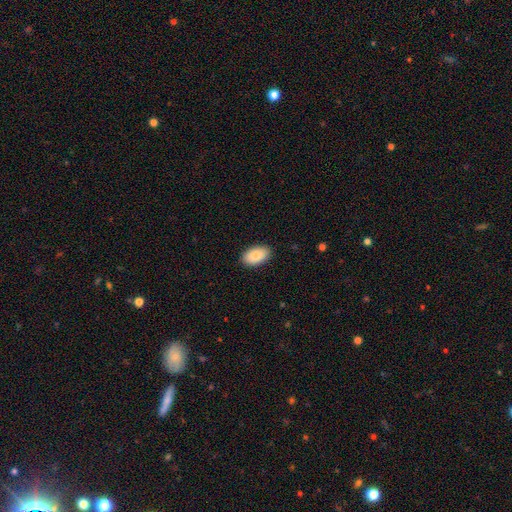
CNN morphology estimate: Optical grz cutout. It shows a smooth galaxy with no disk features (83%) that is in between round and cigar-shaped (94%). Merging: none (89%).